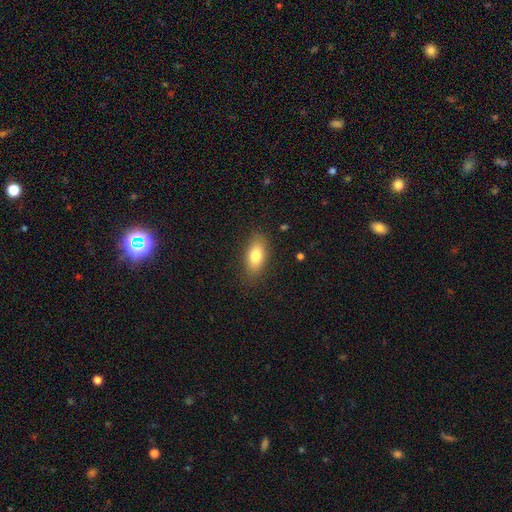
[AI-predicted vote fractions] smooth 78%, featured or disk 15%, star or artifact 8%. Down the decision tree: how rounded — in between (85%); merging — none (84%).